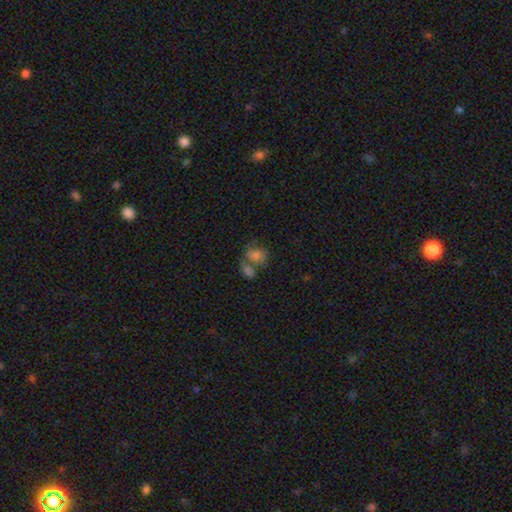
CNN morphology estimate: This appears to be a smooth galaxy with no disk features (72%) that is round (59%). Merging: merger (51%).